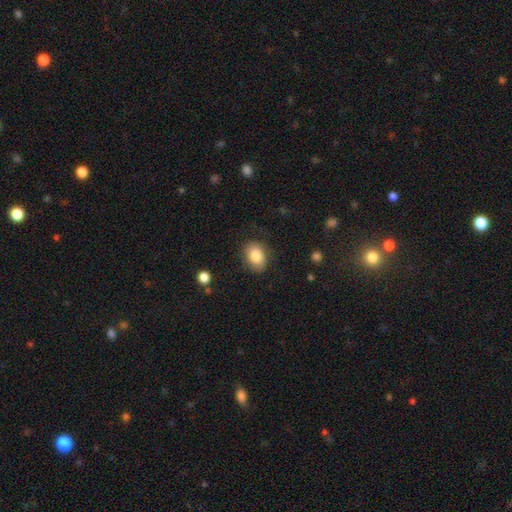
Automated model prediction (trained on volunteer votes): A smooth galaxy with no disk features (85%) that is in between round and cigar-shaped (76%).

Vote fractions:
- Smooth or featured? smooth: 85% / featured or disk: 8% / star or artifact: 7%
- How rounded? in between: 76% / round: 23% / cigar-shaped: 1%
- Merging? none: 81% / minor disturbance: 14% / major disturbance: 4% / merger: 1%